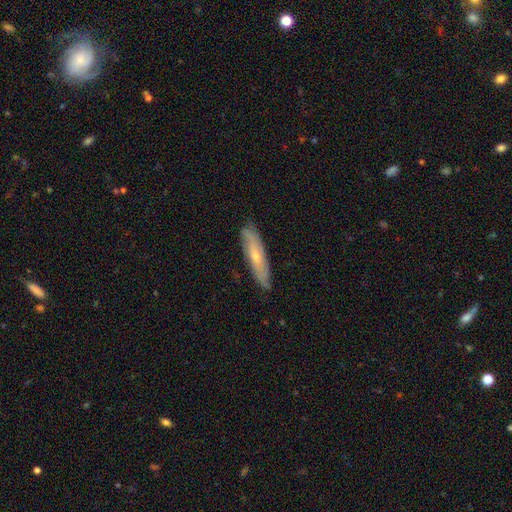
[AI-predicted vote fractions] Morphology: type=featured or disk (57%); edge-on=yes (53%); merging=none (83%).